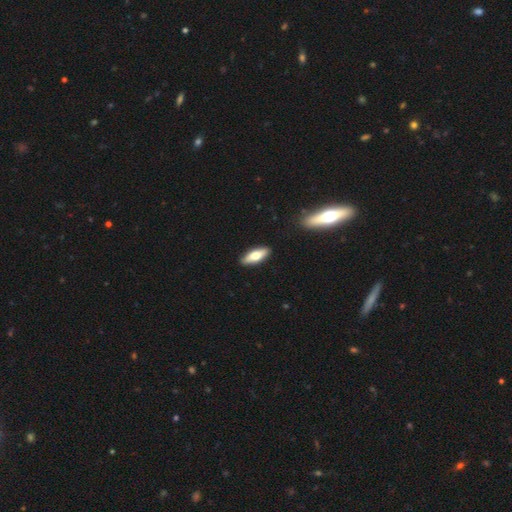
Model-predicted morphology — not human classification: Smooth or featured?
  - smooth: 67% *
  - featured or disk: 27%
  - star or artifact: 5%
How rounded?
  - in between: 64% *
  - cigar-shaped: 34%
  - round: 2%
Merging?
  - none: 89% *
  - minor disturbance: 8%
  - major disturbance: 2%
  - merger: 1%